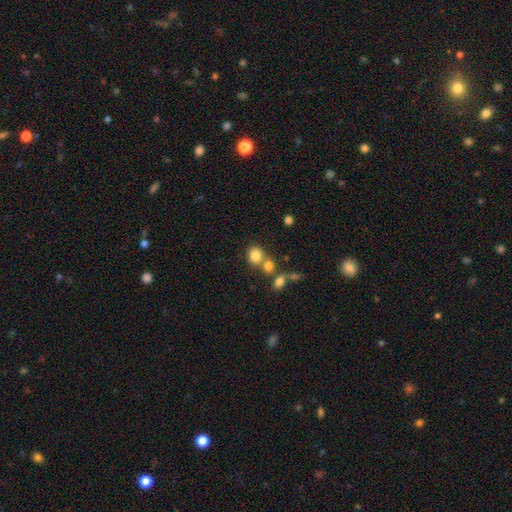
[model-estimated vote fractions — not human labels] Smooth or featured?
  - smooth: 81% *
  - star or artifact: 11%
  - featured or disk: 8%
How rounded?
  - round: 72% *
  - in between: 27%
  - cigar-shaped: 1%
Merging?
  - none: 51% *
  - merger: 35%
  - minor disturbance: 9%
  - major disturbance: 4%